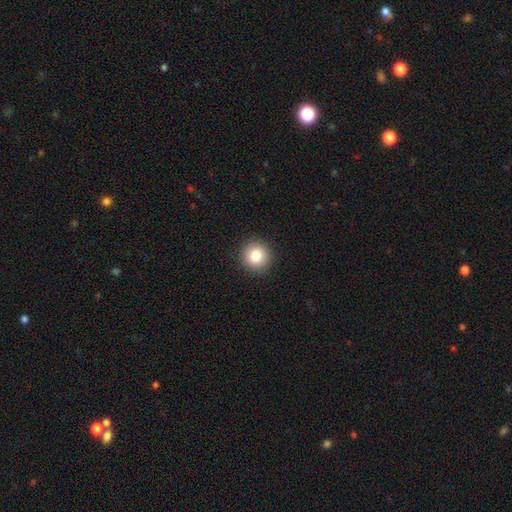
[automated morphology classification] Q: Smooth or featured?
A: smooth (84%); runner-up: star or artifact (10%)
Q: How rounded?
A: round (93%); runner-up: in between (6%)
Q: Merging?
A: none (92%); runner-up: minor disturbance (5%)